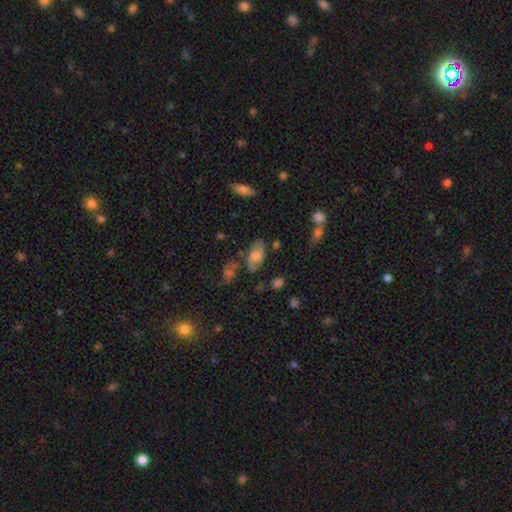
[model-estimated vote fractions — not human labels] smooth-or-featured: smooth: 61% | featured or disk: 30% | star or artifact: 9%
  how-rounded: in between: 90% | cigar-shaped: 5% | round: 5%
  merging: none: 69% | minor disturbance: 18% | major disturbance: 7% | merger: 6%